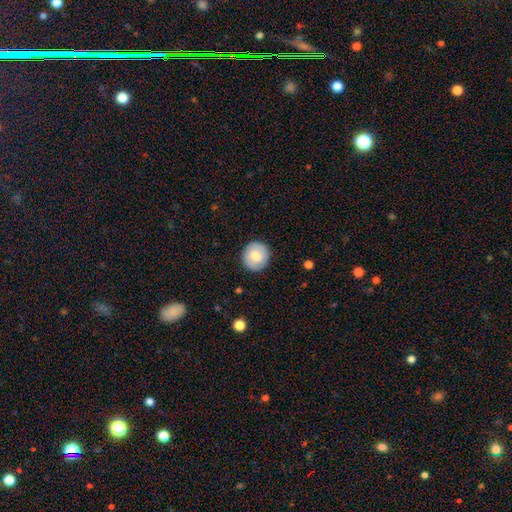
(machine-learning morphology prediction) Smooth or featured?
  - smooth: 69% *
  - featured or disk: 24%
  - star or artifact: 7%
How rounded?
  - round: 91% *
  - in between: 8%
  - cigar-shaped: 1%
Merging?
  - none: 89% *
  - minor disturbance: 8%
  - major disturbance: 2%
  - merger: 1%